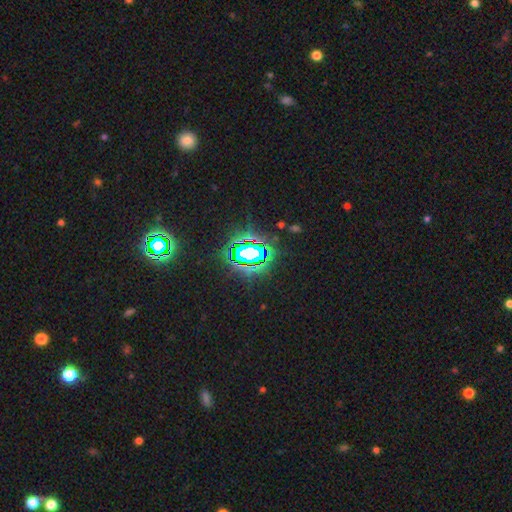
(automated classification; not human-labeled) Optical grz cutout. It shows a star or artifact, not a galaxy (80%).